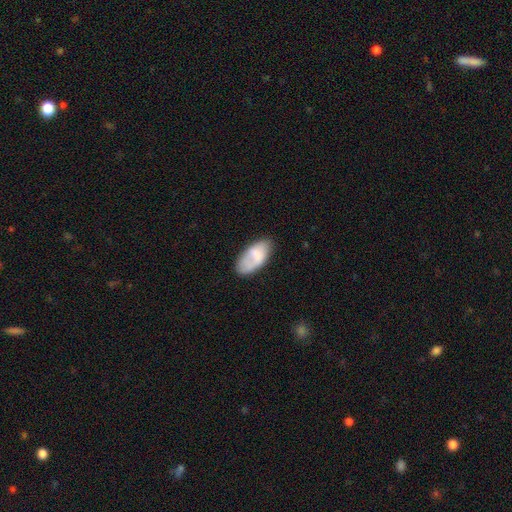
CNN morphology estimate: This appears to be a smooth galaxy with no disk features (72%) that is in between round and cigar-shaped (94%). Merging: none (61%).